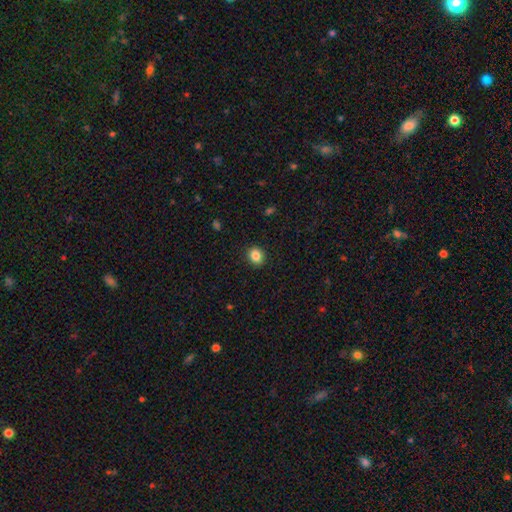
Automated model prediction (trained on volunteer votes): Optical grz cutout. It shows a smooth galaxy with no disk features (85%) that is round (65%). Merging: none (91%).